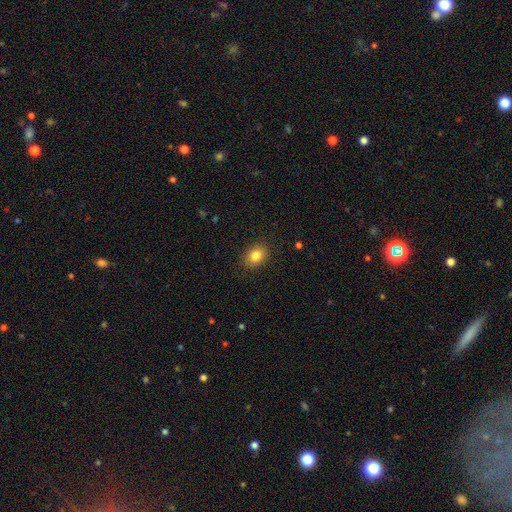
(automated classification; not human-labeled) Morphology: type=smooth (83%); roundness=in between (61%); merging=none (88%).